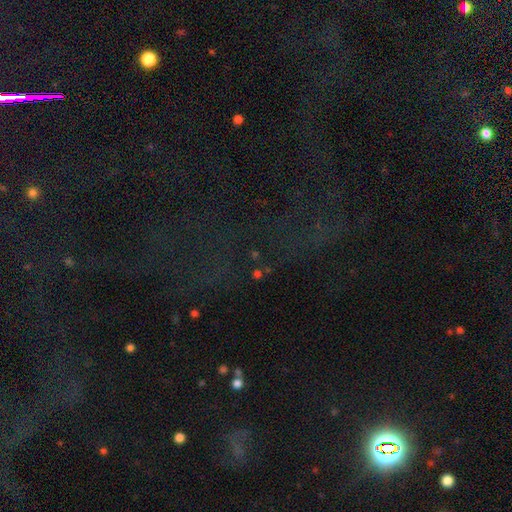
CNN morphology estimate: The model was most divided on "smooth or featured": star or artifact: 76%, smooth: 13%, featured or disk: 11%.